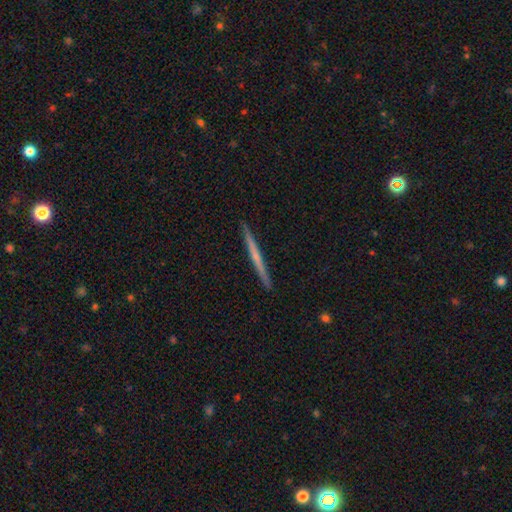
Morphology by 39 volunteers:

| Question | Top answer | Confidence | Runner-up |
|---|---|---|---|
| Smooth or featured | featured or disk | 51% | smooth (44%) |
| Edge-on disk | yes | 100% | — |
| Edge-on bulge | none | 85% | rounded (15%) |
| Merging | none | 92% | minor disturbance (8%) |